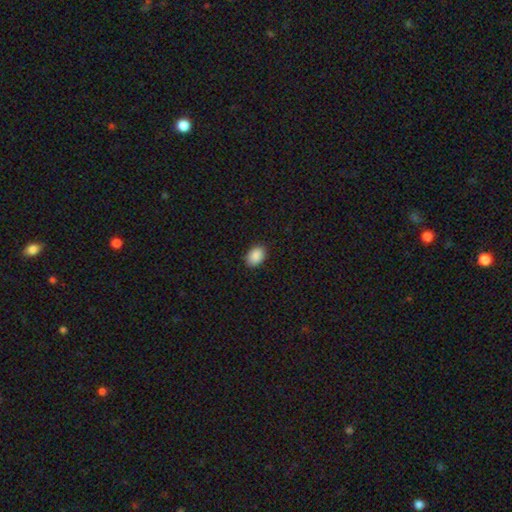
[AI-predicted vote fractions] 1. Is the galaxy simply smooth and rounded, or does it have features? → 90% smooth, 8% star or artifact, 3% featured or disk.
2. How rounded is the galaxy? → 79% in between, 20% round, 1% cigar-shaped.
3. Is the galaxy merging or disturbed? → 88% none, 9% minor disturbance, 2% major disturbance, 1% merger.